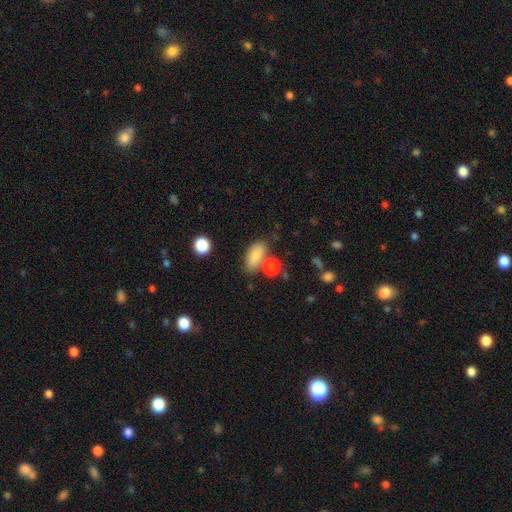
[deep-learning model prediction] smooth 80%, featured or disk 11%, star or artifact 9%. Down the decision tree: how rounded — in between (86%); merging — none (66%).